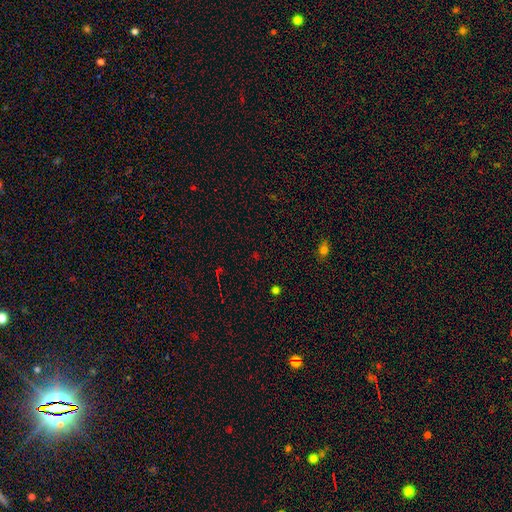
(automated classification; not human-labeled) This is likely a star or artifact rather than a galaxy (62%).